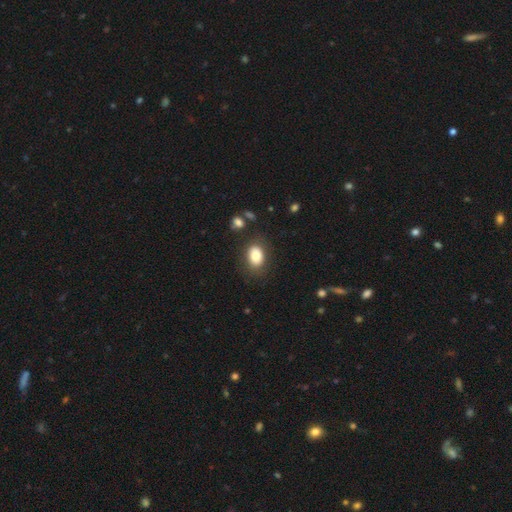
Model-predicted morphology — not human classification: Q: Smooth or featured?
A: smooth (81%); runner-up: featured or disk (11%)
Q: How rounded?
A: in between (81%); runner-up: round (18%)
Q: Merging?
A: none (80%); runner-up: minor disturbance (12%)